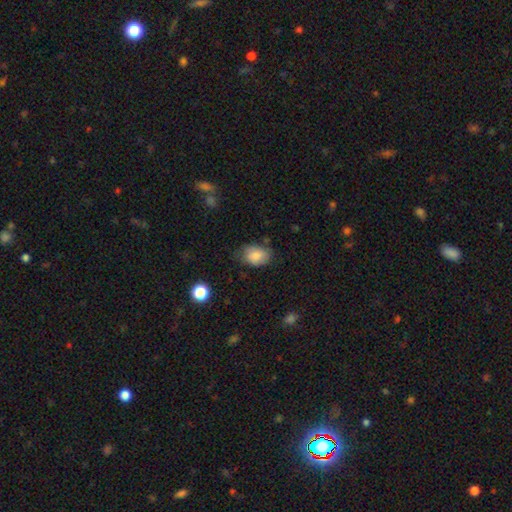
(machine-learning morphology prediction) This is clearly a smooth galaxy (81%). How rounded: likely in between (75%). Merging: likely none (63%).